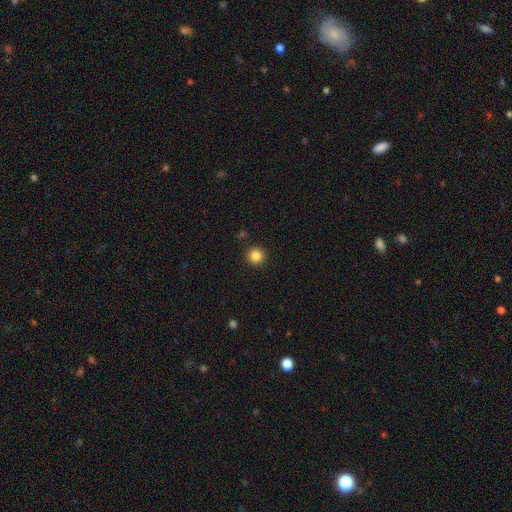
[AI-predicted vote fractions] This appears to be a smooth galaxy with no disk features (85%) that is round (95%). Merging: none (92%).